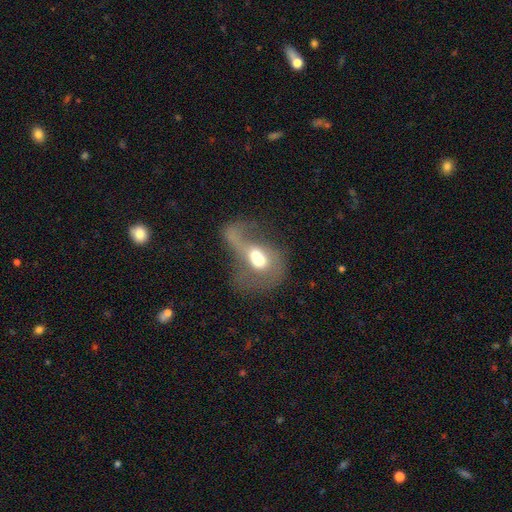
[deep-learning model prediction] Q: Smooth or featured?
A: featured or disk (52%); runner-up: smooth (39%)
Q: Edge-on disk?
A: no (95%); runner-up: yes (5%)
Q: Merging?
A: merger (59%); runner-up: major disturbance (25%)